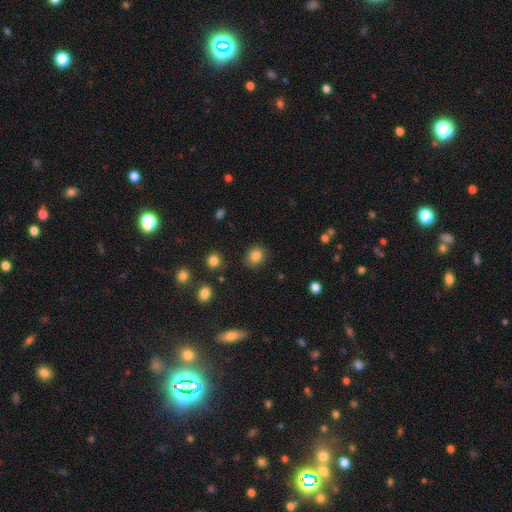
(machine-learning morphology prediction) This is clearly a smooth galaxy (83%). How rounded: likely round (67%). Merging: clearly none (83%).